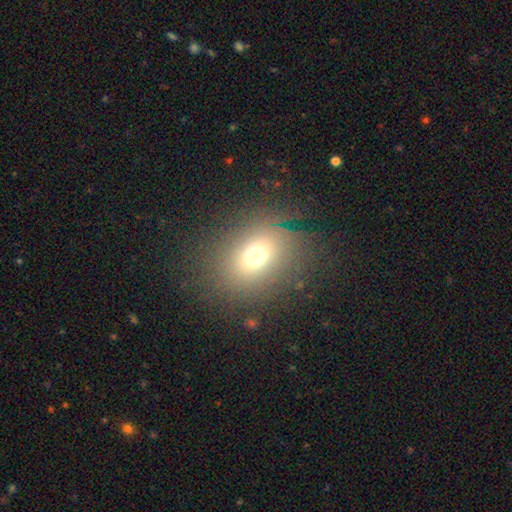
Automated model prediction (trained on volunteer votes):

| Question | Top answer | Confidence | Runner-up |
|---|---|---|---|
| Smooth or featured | smooth | 68% | star or artifact (18%) |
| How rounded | round | 50% | in between (49%) |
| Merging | none | 80% | minor disturbance (11%) |